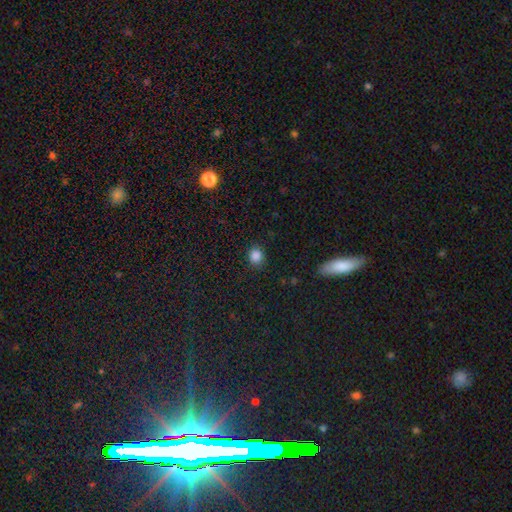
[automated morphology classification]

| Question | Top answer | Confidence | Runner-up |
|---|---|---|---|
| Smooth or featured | smooth | 85% | star or artifact (12%) |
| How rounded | round | 79% | in between (20%) |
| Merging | none | 86% | minor disturbance (9%) |